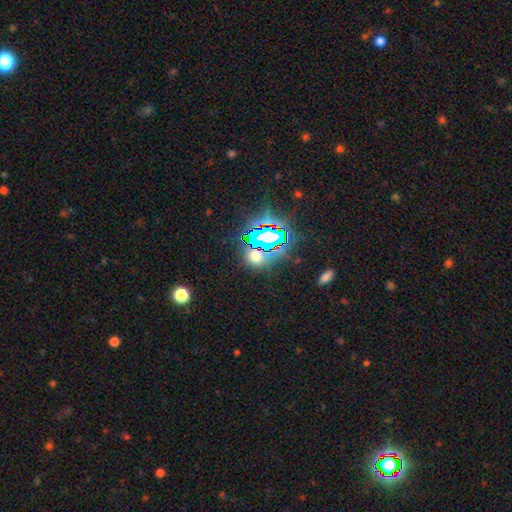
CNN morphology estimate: Q: Smooth or featured?
A: star or artifact (56%); runner-up: smooth (35%)